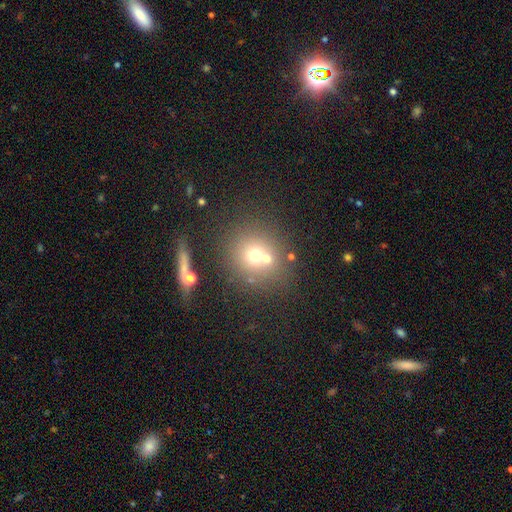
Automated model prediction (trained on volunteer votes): Smooth or featured? smooth (64%)
How rounded? round (87%)
Merging? none (55%)